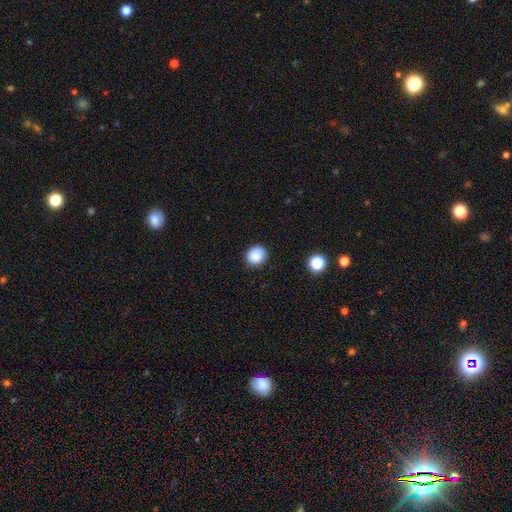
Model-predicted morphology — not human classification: Smooth or featured?
  - smooth: 87% *
  - star or artifact: 10%
  - featured or disk: 3%
How rounded?
  - round: 77% *
  - in between: 22%
  - cigar-shaped: 1%
Merging?
  - none: 88% *
  - minor disturbance: 9%
  - major disturbance: 2%
  - merger: 1%